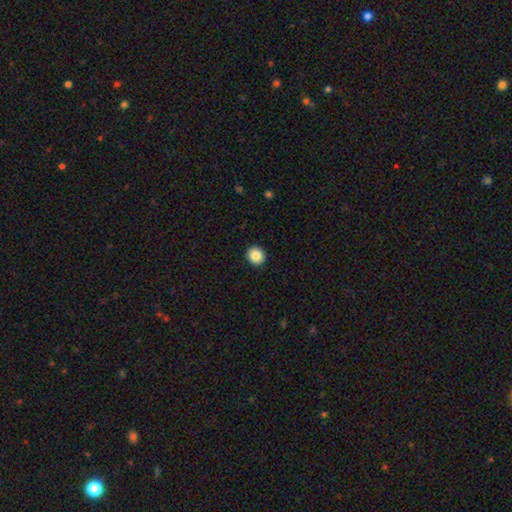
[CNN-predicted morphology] A smooth galaxy with no disk features (87%) that is round (85%).

Vote fractions:
- Smooth or featured? smooth: 87% / star or artifact: 9% / featured or disk: 4%
- How rounded? round: 85% / in between: 14% / cigar-shaped: 1%
- Merging? none: 93% / minor disturbance: 5% / major disturbance: 1% / merger: 1%